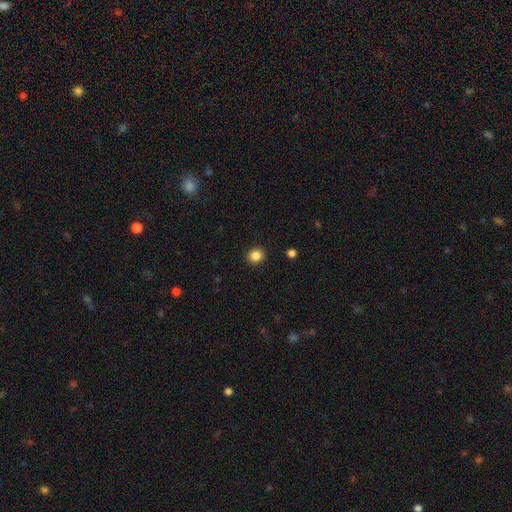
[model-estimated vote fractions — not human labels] The model was most divided on "how rounded": round: 80%, in between: 19%, cigar-shaped: 1%. More confident: merging — none (92%); smooth or featured — smooth (86%).